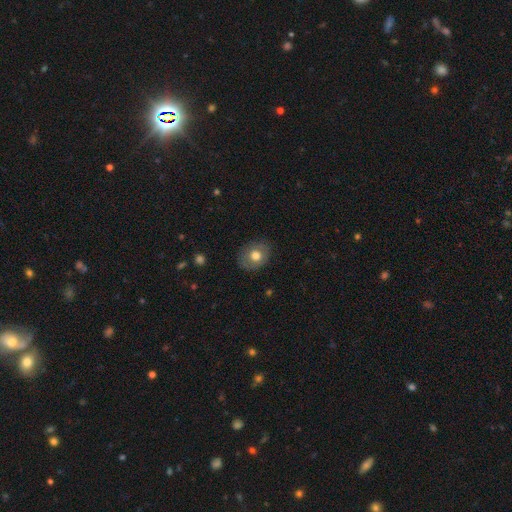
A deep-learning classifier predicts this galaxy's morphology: A smooth galaxy with no disk features (69%) that is round (52%). Merging: none (82%).